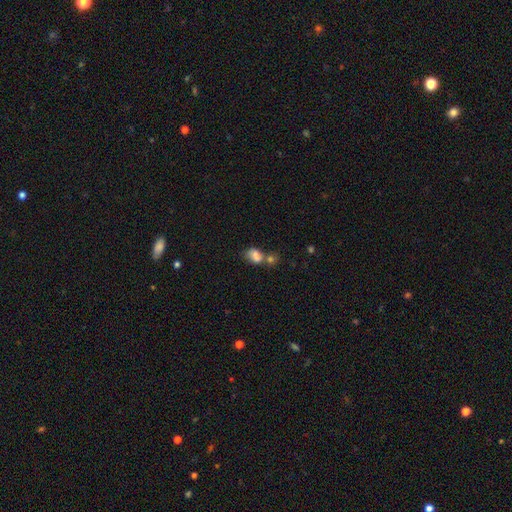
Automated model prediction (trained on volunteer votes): Smooth or featured: smooth — 78% (featured or disk — 11%)
How rounded: in between — 77% (round — 21%)
Merging: merger — 44% (none — 32%)